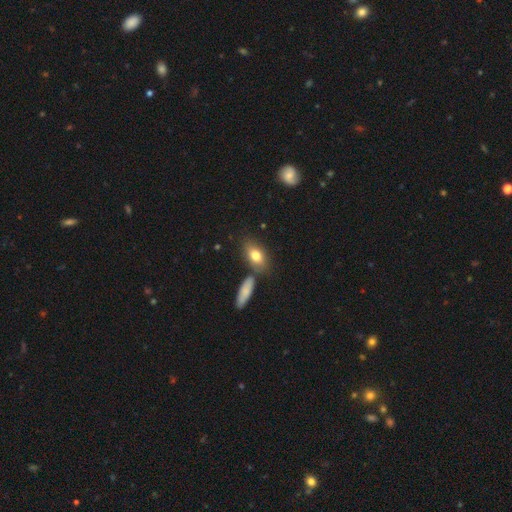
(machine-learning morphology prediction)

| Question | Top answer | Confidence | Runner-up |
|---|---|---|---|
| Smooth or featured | smooth | 77% | featured or disk (16%) |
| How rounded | in between | 83% | cigar-shaped (9%) |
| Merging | none | 68% | merger (15%) |